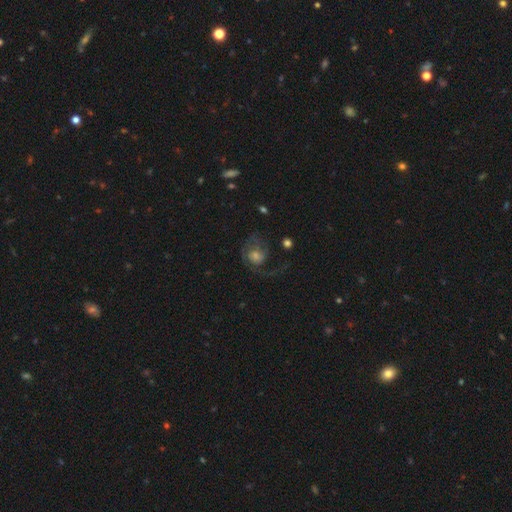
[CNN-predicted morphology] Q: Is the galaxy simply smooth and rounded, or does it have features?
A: featured or disk — 61%.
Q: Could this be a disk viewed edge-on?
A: no — 98%.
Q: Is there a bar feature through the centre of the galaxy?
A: no — 74%.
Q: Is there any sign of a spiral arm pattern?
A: yes — 81%.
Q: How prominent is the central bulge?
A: moderate — 42%.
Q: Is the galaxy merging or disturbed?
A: major disturbance — 43%.